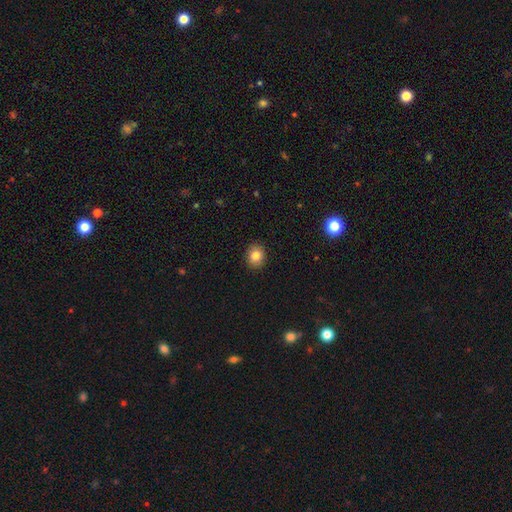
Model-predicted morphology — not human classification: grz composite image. It shows a smooth galaxy with no disk features (82%) that is round (69%). Merging: none (91%).